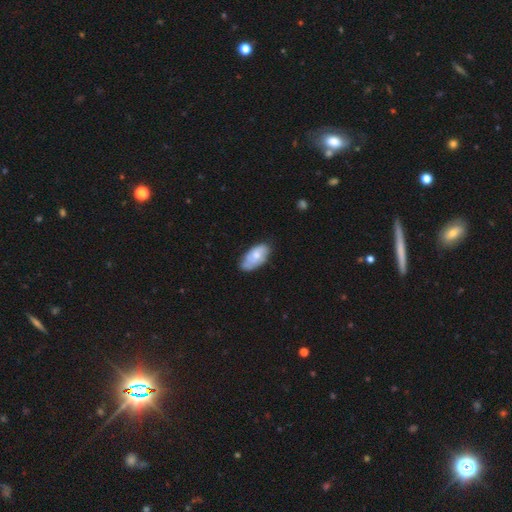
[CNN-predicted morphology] smooth_or_featured: smooth (p=0.65) [alt: featured or disk p=0.29]
how_rounded: in between (p=0.93) [alt: cigar-shaped p=0.04]
merging: none (p=0.63) [alt: minor disturbance p=0.30]